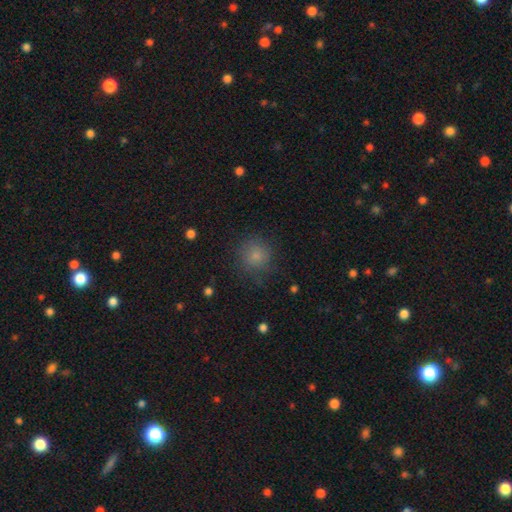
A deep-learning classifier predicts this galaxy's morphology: The model was most divided on "merging": none: 79%, minor disturbance: 14%, major disturbance: 6%, merger: 1%. More confident: how rounded — round (91%); smooth or featured — smooth (80%).